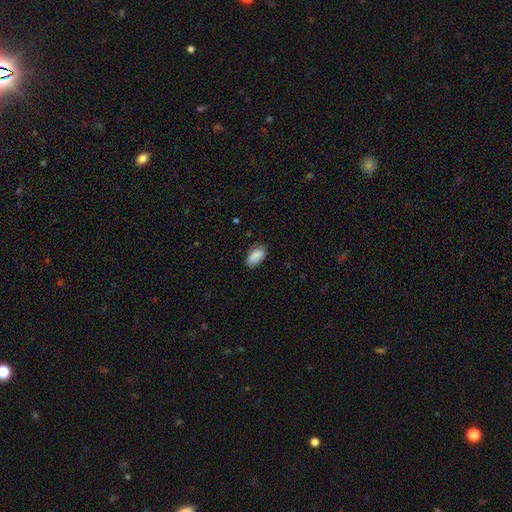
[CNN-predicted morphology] smooth-or-featured: smooth: 86% | featured or disk: 7% | star or artifact: 7%
  how-rounded: in between: 94% | round: 4% | cigar-shaped: 3%
  merging: none: 75% | minor disturbance: 20% | major disturbance: 4% | merger: 1%